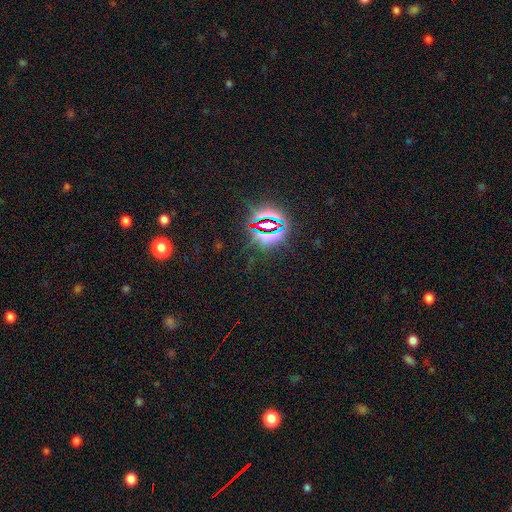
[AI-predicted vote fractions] Overall: star or artifact (81%).